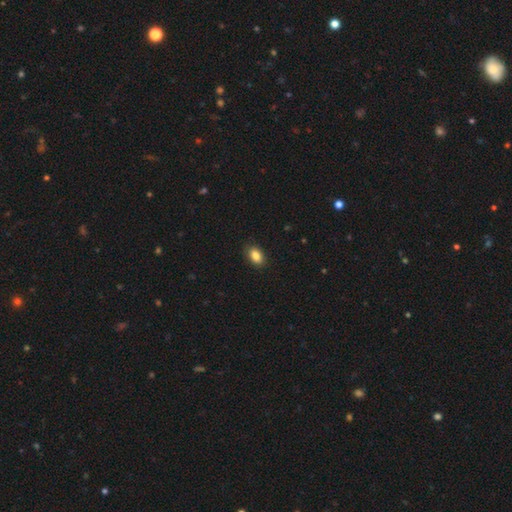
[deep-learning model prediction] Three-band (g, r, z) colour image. It shows a smooth galaxy with no disk features (86%) that is in between round and cigar-shaped (88%). Merging: none (88%).